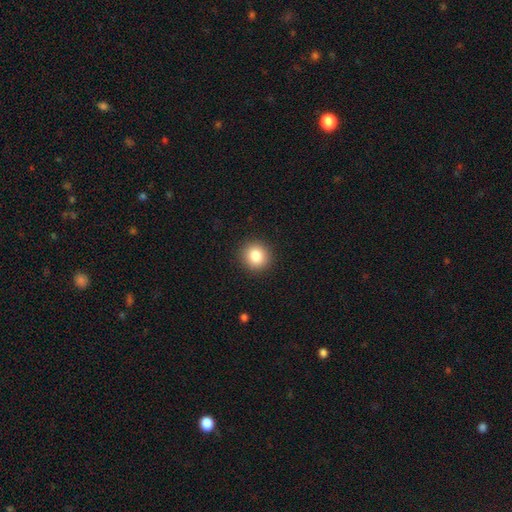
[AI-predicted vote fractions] Smooth or featured: smooth — 84% (star or artifact — 10%)
How rounded: round — 91% (in between — 8%)
Merging: none — 92% (minor disturbance — 5%)